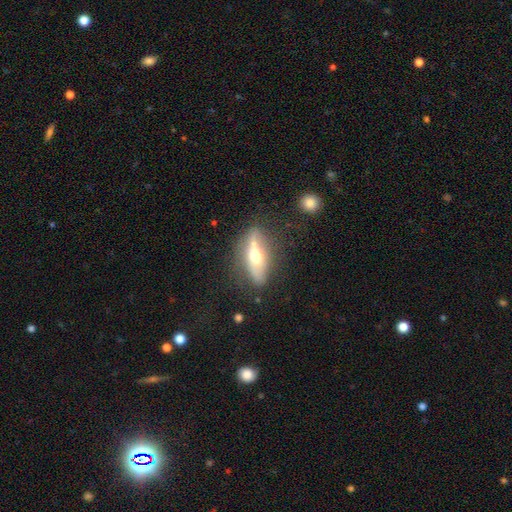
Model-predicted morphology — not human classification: Overall: featured or disk (61%; smooth 32%). Edge-on disk: yes (73%). Merging: none (66%).